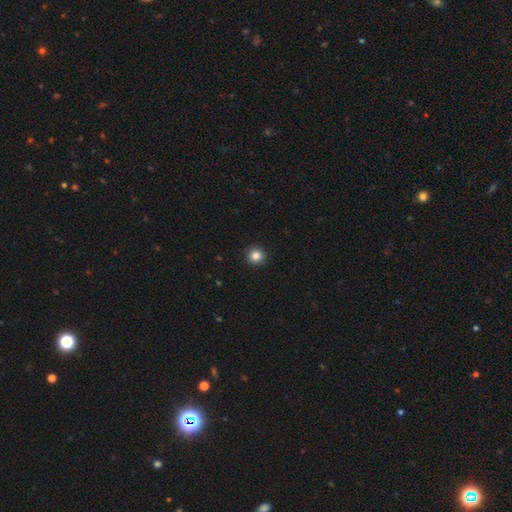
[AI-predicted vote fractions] Smooth or featured? smooth (85%)
How rounded? round (94%)
Merging? none (93%)